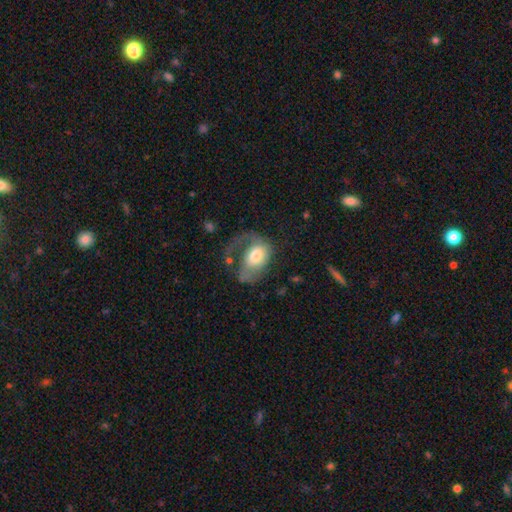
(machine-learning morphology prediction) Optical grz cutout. It shows a smooth galaxy with no disk features (50%) that is in between round and cigar-shaped (74%). Merging: major disturbance (55%).